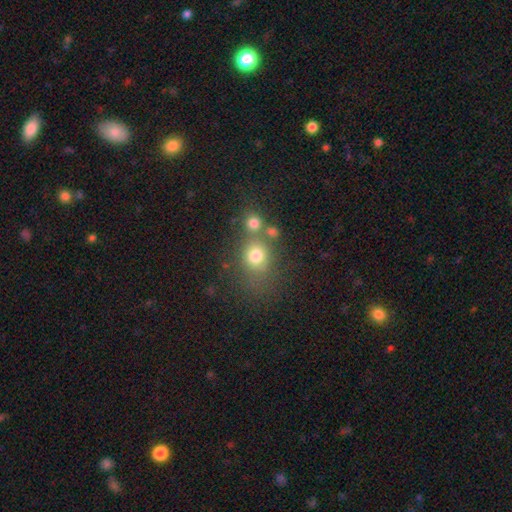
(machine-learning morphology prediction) Smooth or featured? Predicted: smooth (p=0.74). How rounded? Predicted: round (p=0.71). Merging? Predicted: none (p=0.52).